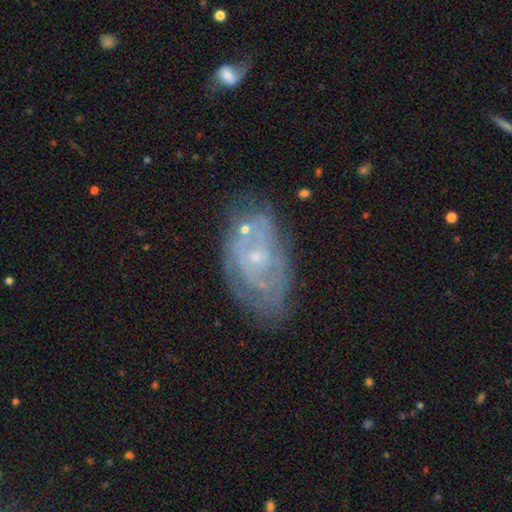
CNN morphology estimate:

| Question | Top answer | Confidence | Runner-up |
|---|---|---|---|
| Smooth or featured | featured or disk | 73% | smooth (18%) |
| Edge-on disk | no | 96% | yes (4%) |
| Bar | no | 68% | weak (27%) |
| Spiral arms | yes | 72% | no (28%) |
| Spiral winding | tight | 57% | medium (31%) |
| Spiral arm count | can't tell | 53% | 2 (25%) |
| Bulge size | small | 71% | moderate (19%) |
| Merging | none | 59% | minor disturbance (23%) |